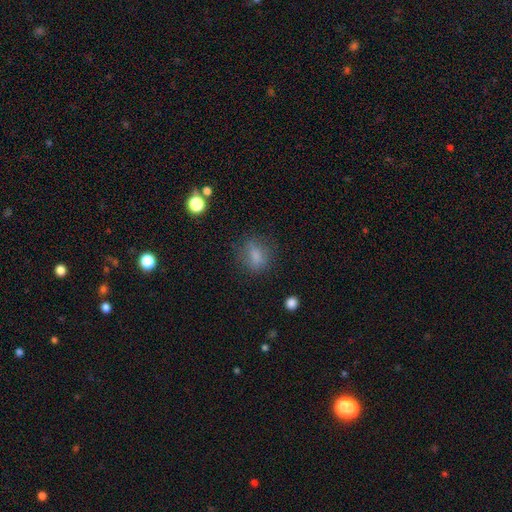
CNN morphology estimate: smooth_or_featured: smooth (p=0.77) [alt: star or artifact p=0.12]
how_rounded: in between (p=0.57) [alt: round p=0.39]
merging: none (p=0.74) [alt: minor disturbance p=0.17]